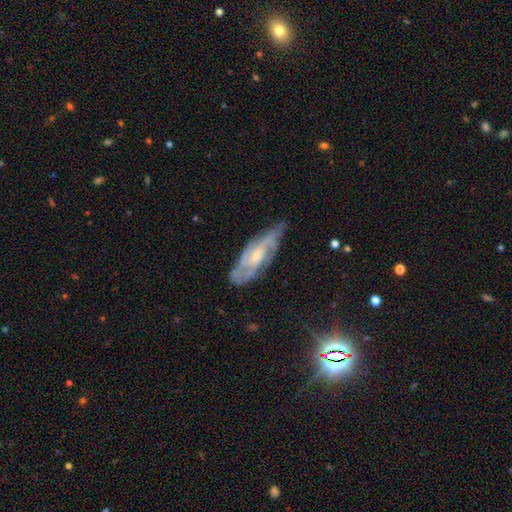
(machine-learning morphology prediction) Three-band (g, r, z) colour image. It shows a featured or disk galaxy (78%) with no bar (60%), tight (46%) spiral arms (89%) and a small central bulge (56%). Merging: none (65%).